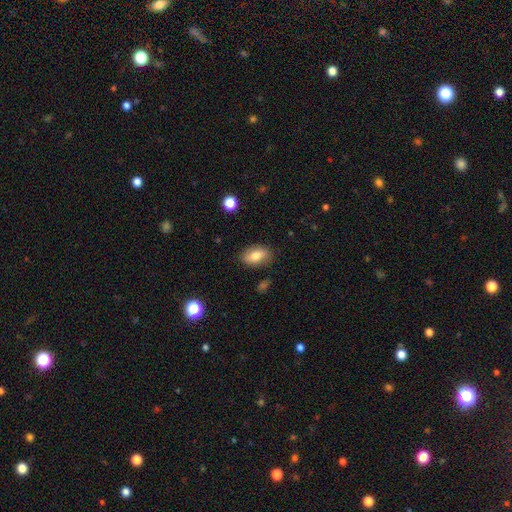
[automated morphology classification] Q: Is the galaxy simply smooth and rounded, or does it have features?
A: smooth — 79%.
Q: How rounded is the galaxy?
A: in between — 90%.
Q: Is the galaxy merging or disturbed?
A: none — 84%.